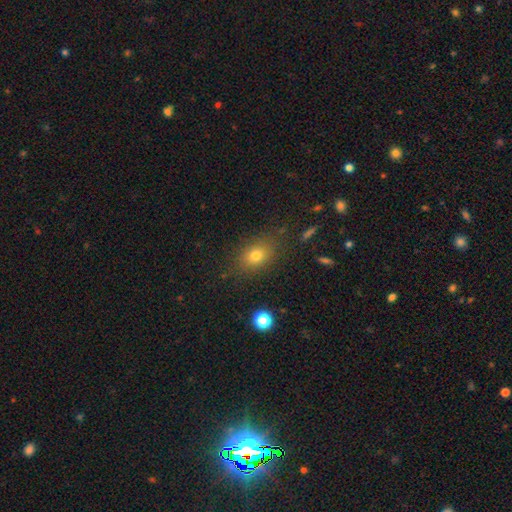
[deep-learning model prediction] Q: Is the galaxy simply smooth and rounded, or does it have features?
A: smooth — 76%.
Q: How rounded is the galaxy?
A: in between — 66%.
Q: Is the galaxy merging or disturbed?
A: none — 82%.